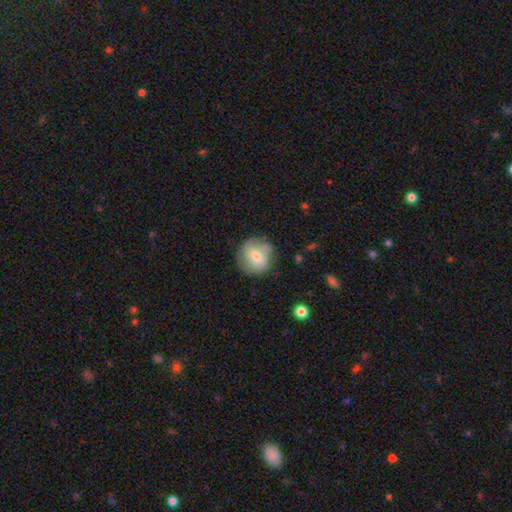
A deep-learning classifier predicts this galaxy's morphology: The model was most divided on "smooth or featured": smooth: 61%, featured or disk: 32%, star or artifact: 8%. More confident: how rounded — round (89%); merging — none (71%).